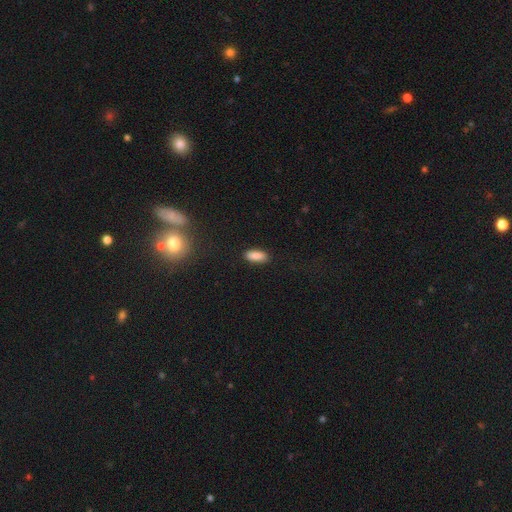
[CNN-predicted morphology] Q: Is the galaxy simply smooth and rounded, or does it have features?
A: smooth — 88%.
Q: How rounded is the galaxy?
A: in between — 80%.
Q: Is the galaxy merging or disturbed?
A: none — 87%.